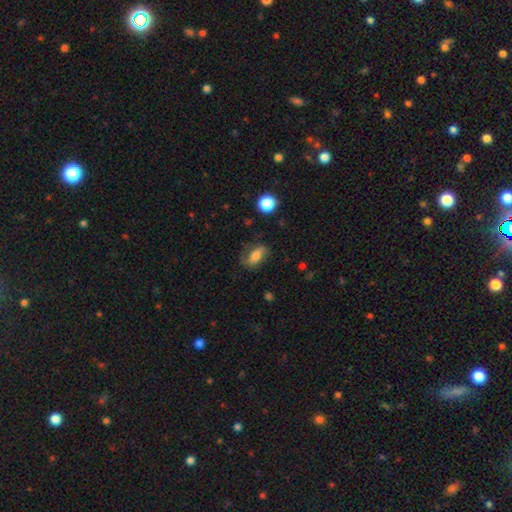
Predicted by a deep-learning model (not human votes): A smooth galaxy with no disk features (61%) that is in between round and cigar-shaped (80%).

Vote fractions:
- Smooth or featured? smooth: 61% / featured or disk: 30% / star or artifact: 10%
- How rounded? in between: 80% / cigar-shaped: 10% / round: 9%
- Merging? none: 66% / minor disturbance: 23% / major disturbance: 10% / merger: 2%